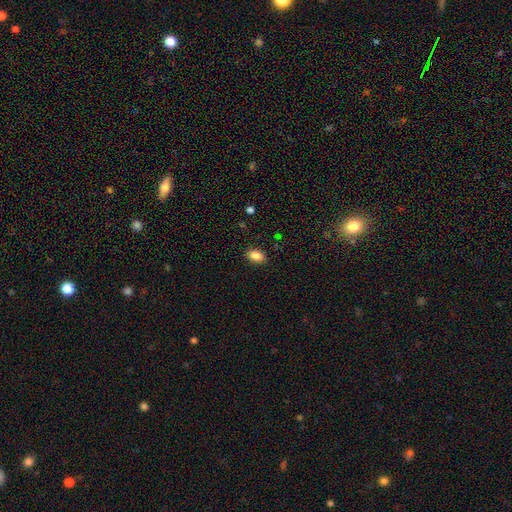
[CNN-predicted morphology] smooth_or_featured: smooth (p=0.87) [alt: star or artifact p=0.09]
how_rounded: in between (p=0.88) [alt: round p=0.11]
merging: none (p=0.88) [alt: minor disturbance p=0.09]